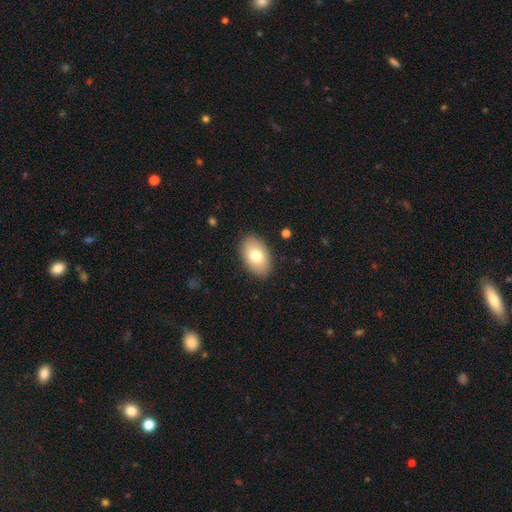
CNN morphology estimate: smooth-or-featured: smooth: 76% | featured or disk: 18% | star or artifact: 7%
  how-rounded: in between: 91% | round: 8% | cigar-shaped: 1%
  merging: none: 88% | minor disturbance: 9% | major disturbance: 2% | merger: 1%